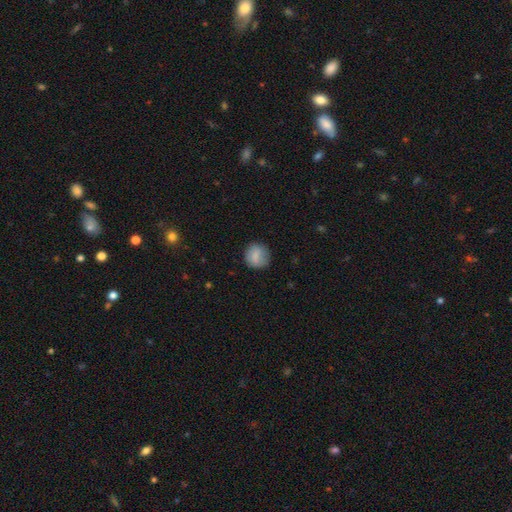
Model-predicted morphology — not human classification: Smooth or featured? smooth (77%)
How rounded? round (85%)
Merging? none (81%)